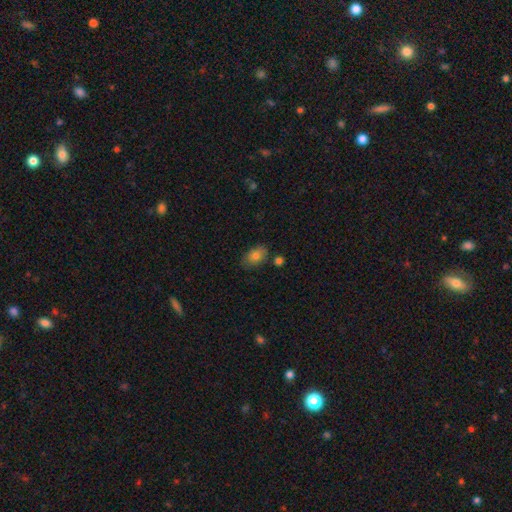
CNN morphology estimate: The model was most divided on "merging": none: 75%, minor disturbance: 17%, merger: 5%, major disturbance: 3%. More confident: how rounded — in between (86%); smooth or featured — smooth (80%).